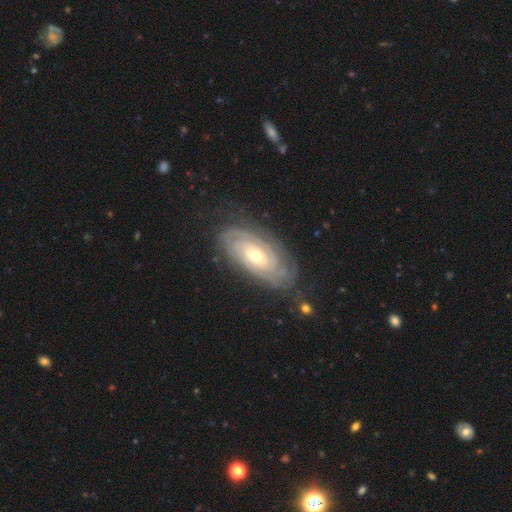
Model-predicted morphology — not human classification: Smooth or featured: featured or disk — 85% (smooth — 10%)
Edge-on disk: no — 94% (yes — 6%)
Bar: no — 69% (weak — 22%)
Spiral arms: yes — 96% (no — 4%)
Spiral winding: tight — 84% (medium — 13%)
Spiral arm count: can't tell — 38% (2 — 25%)
Bulge size: moderate — 51% (small — 44%)
Merging: none — 78% (minor disturbance — 15%)